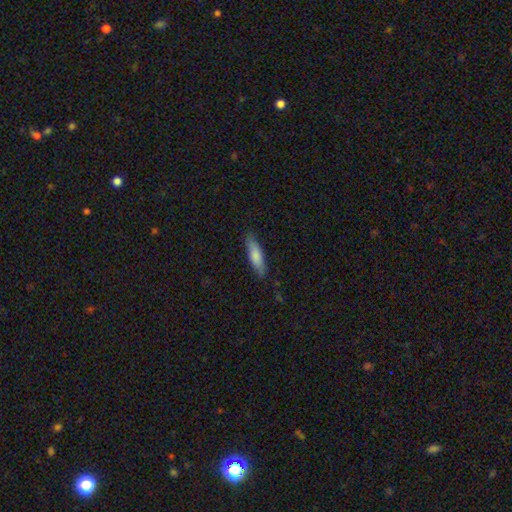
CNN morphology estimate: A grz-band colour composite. It shows a smooth galaxy with no disk features (80%) that is cigar-shaped (62%). Merging: none (84%).